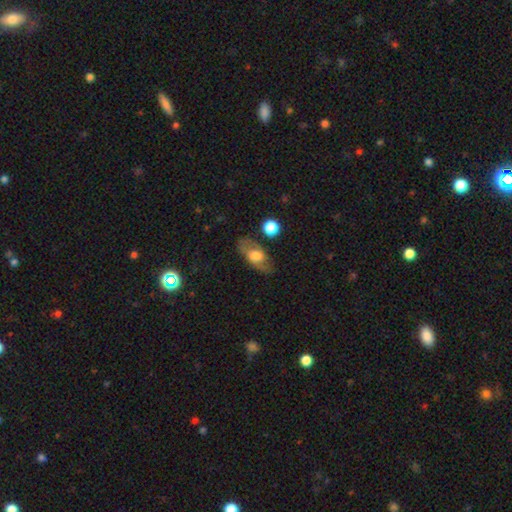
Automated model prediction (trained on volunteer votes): Smooth or featured?
  - smooth: 50% *
  - featured or disk: 42%
  - star or artifact: 8%
How rounded?
  - in between: 80% *
  - round: 12%
  - cigar-shaped: 8%
Merging?
  - none: 75% *
  - minor disturbance: 16%
  - major disturbance: 6%
  - merger: 3%